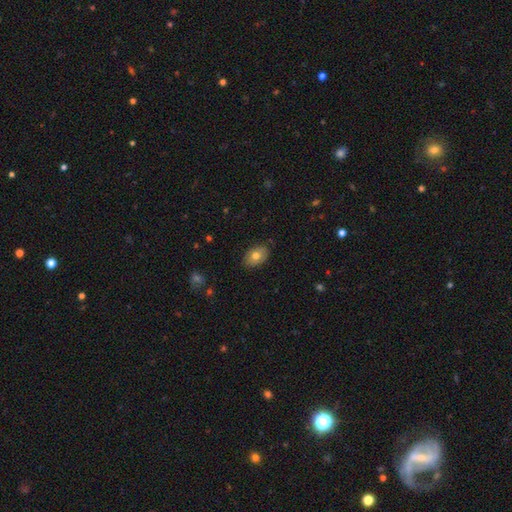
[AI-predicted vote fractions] Smooth or featured?
  - smooth: 71% *
  - featured or disk: 21%
  - star or artifact: 8%
How rounded?
  - in between: 86% *
  - round: 12%
  - cigar-shaped: 1%
Merging?
  - none: 83% *
  - minor disturbance: 13%
  - major disturbance: 2%
  - merger: 1%